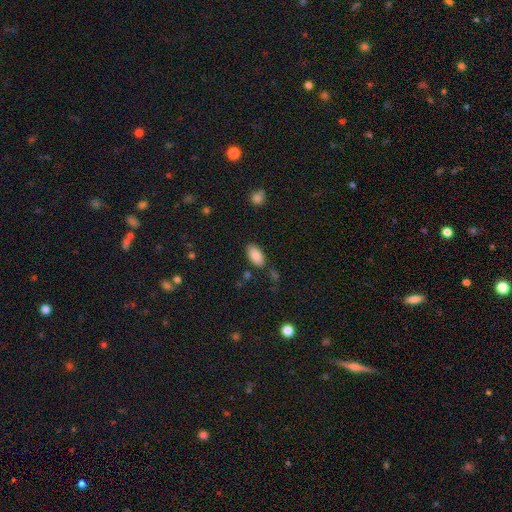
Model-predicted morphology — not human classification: Smooth or featured? Predicted: smooth (p=0.87). How rounded? Predicted: in between (p=0.94). Merging? Predicted: none (p=0.80).